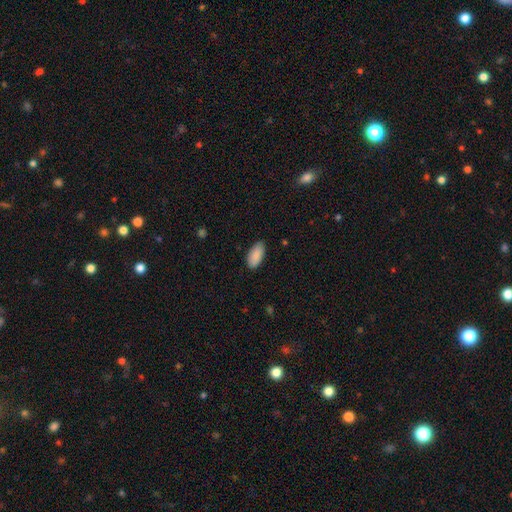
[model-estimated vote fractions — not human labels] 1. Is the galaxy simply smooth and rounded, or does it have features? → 90% smooth, 6% star or artifact, 4% featured or disk.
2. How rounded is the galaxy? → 93% in between, 5% cigar-shaped, 2% round.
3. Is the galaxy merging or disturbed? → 83% none, 14% minor disturbance, 2% major disturbance, 1% merger.